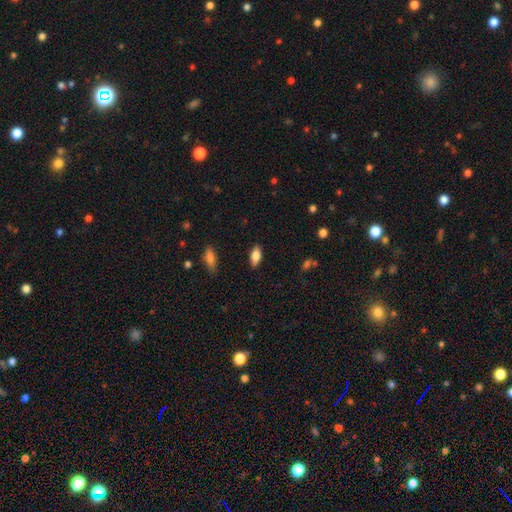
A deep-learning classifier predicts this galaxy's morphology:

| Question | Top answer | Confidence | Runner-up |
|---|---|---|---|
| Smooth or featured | smooth | 78% | featured or disk (15%) |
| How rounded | in between | 85% | cigar-shaped (12%) |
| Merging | none | 86% | minor disturbance (10%) |